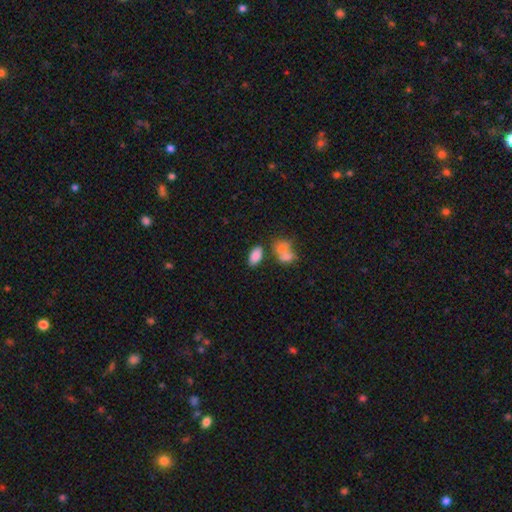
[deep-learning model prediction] Morphology: type=smooth (85%); roundness=in between (93%); merging=none (63%).